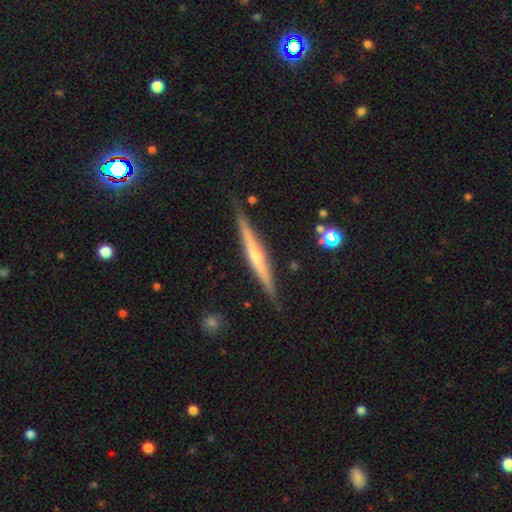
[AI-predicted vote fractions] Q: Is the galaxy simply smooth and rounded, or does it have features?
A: featured or disk — 73%.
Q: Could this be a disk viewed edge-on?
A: yes — 98%.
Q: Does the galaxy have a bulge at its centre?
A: rounded — 64%.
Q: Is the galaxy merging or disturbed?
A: none — 87%.